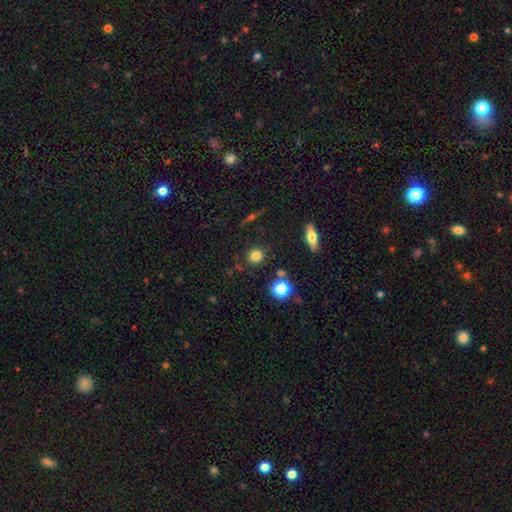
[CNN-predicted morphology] Smooth or featured?
  - smooth: 79% *
  - star or artifact: 14%
  - featured or disk: 7%
How rounded?
  - round: 89% *
  - in between: 10%
  - cigar-shaped: 1%
Merging?
  - none: 86% *
  - minor disturbance: 8%
  - merger: 3%
  - major disturbance: 3%